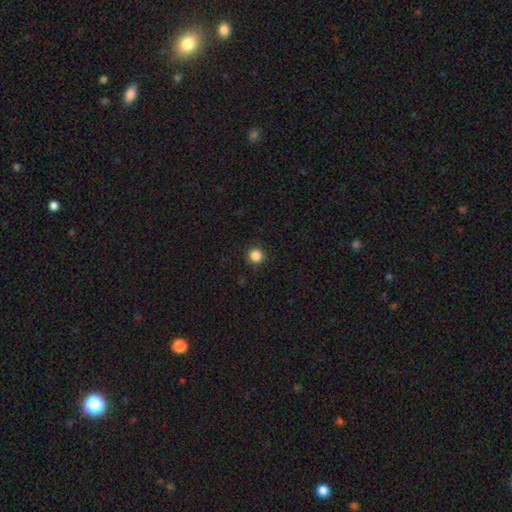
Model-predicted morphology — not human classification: smooth 86%, star or artifact 11%, featured or disk 3%. Down the decision tree: how rounded — round (95%); merging — none (92%).